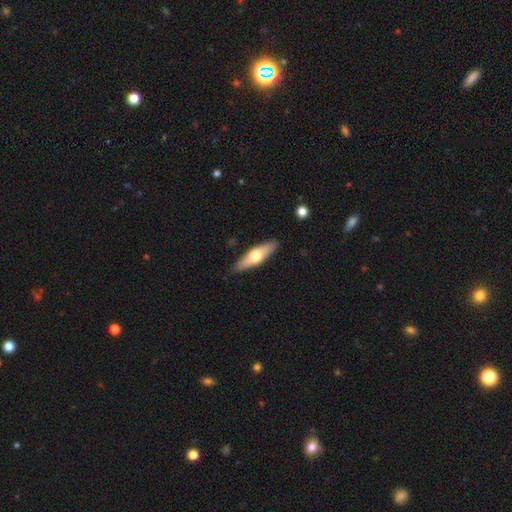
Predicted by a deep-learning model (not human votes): Overall: smooth (50%; featured or disk 45%). How rounded: cigar-shaped (57%; in between 40%). Merging: none (88%).